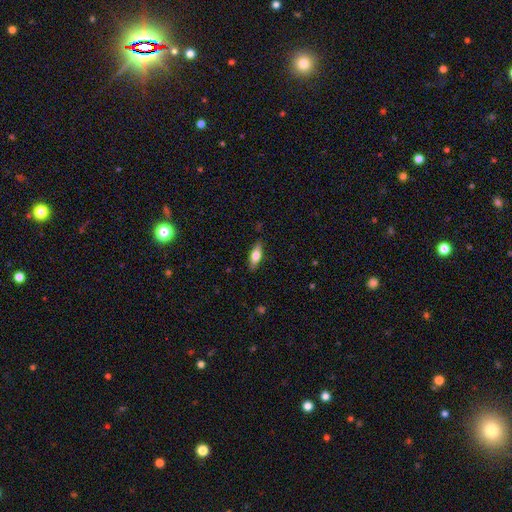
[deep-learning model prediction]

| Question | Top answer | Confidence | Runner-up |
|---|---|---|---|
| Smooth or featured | smooth | 58% | featured or disk (35%) |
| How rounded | in between | 62% | cigar-shaped (36%) |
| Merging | none | 84% | minor disturbance (12%) |